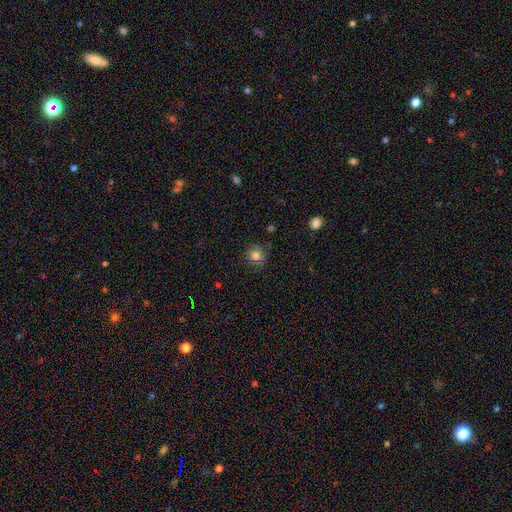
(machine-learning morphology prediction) smooth_or_featured: smooth (p=0.81) [alt: star or artifact p=0.12]
how_rounded: round (p=0.92) [alt: in between p=0.07]
merging: none (p=0.85) [alt: minor disturbance p=0.11]